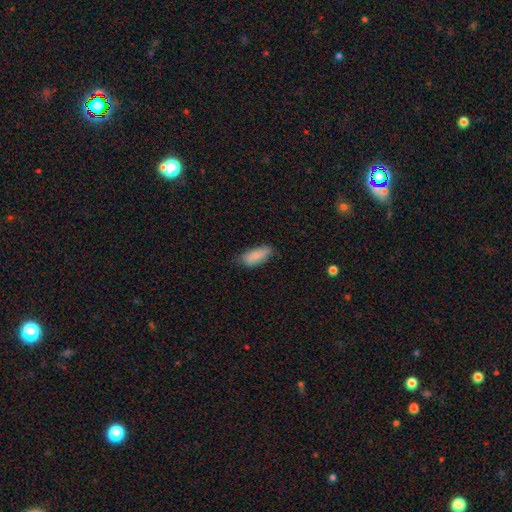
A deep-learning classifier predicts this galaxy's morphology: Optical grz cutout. It shows a smooth galaxy with no disk features (83%) that is in between round and cigar-shaped (85%). Merging: none (68%).